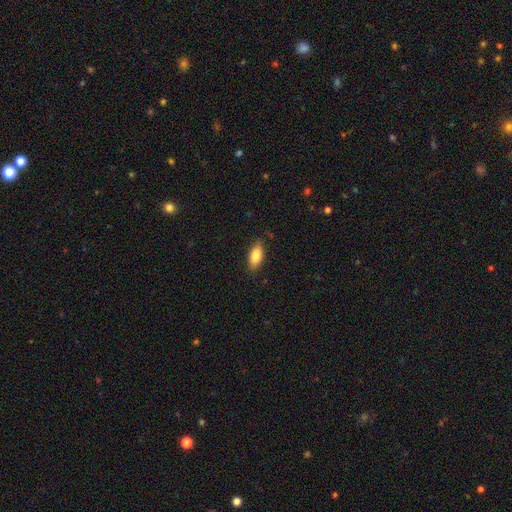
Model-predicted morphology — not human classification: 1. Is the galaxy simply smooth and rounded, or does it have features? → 83% smooth, 11% featured or disk, 7% star or artifact.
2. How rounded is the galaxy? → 85% in between, 13% cigar-shaped, 3% round.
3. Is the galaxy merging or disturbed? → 86% none, 11% minor disturbance, 2% major disturbance, 1% merger.